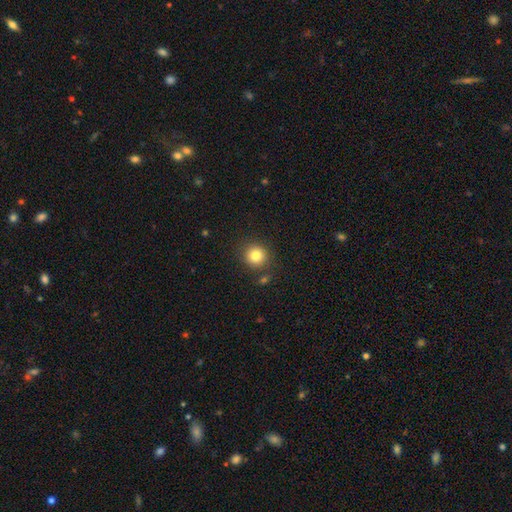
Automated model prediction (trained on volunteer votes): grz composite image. It shows a smooth galaxy with no disk features (82%) that is round (92%). Merging: none (84%).